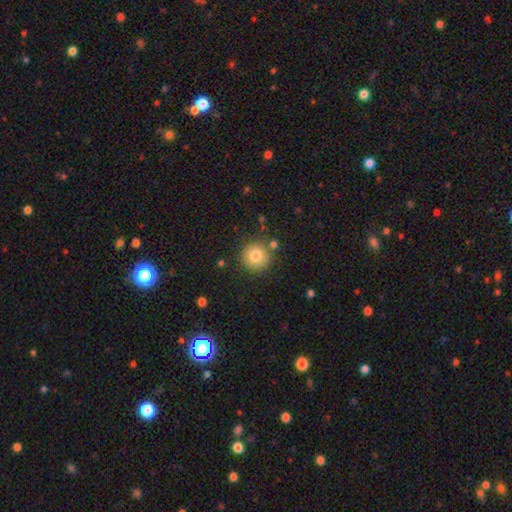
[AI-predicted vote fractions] The model was most divided on "smooth or featured": smooth: 81%, star or artifact: 10%, featured or disk: 9%. More confident: how rounded — round (94%); merging — none (84%).